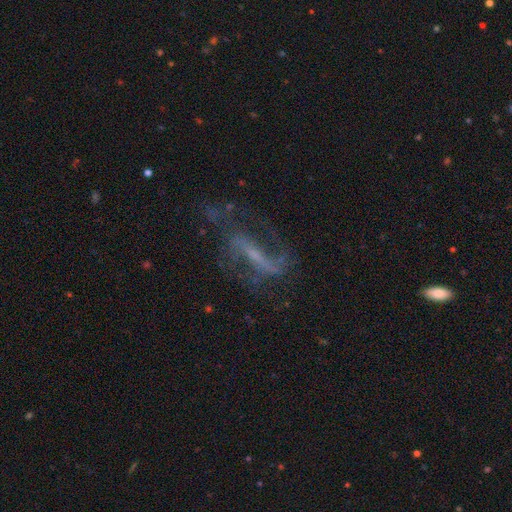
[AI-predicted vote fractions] The model was most divided on "bar": strong: 49%, weak: 32%, no: 19%. More confident: spiral arms — yes (84%); edge-on disk — no (82%); spiral arm count — 2 (78%); smooth or featured — featured or disk (76%); spiral winding — loose (55%); merging — none (55%); bulge size — small (54%).